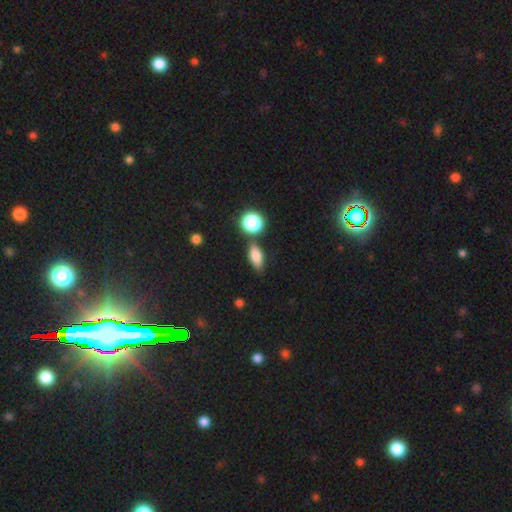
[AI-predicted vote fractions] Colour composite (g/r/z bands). It shows a smooth galaxy with no disk features (77%) that is in between round and cigar-shaped (77%). Merging: none (73%).